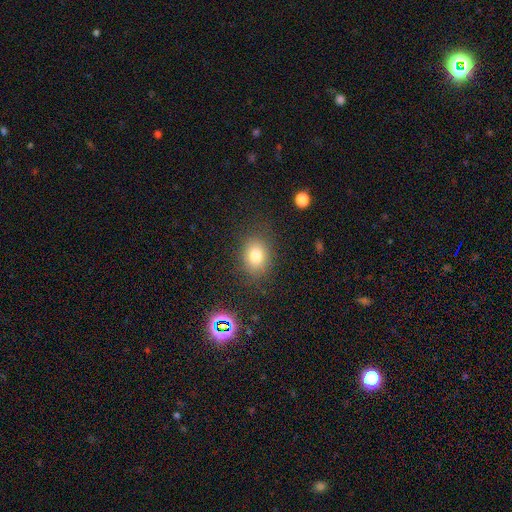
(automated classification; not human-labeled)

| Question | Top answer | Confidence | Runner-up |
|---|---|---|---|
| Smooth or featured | smooth | 78% | star or artifact (13%) |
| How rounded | in between | 56% | round (43%) |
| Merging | none | 83% | minor disturbance (11%) |